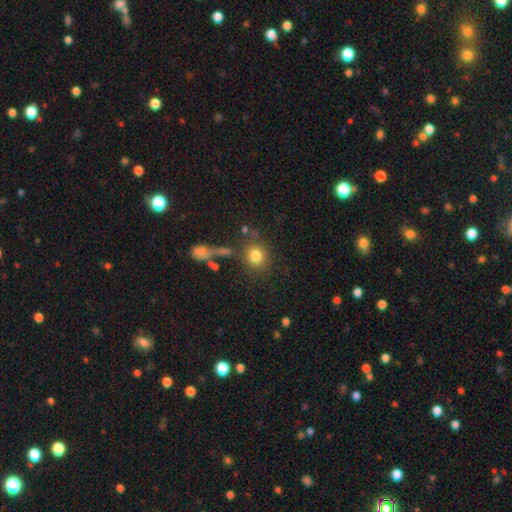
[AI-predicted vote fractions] smooth 81%, star or artifact 11%, featured or disk 8%. Down the decision tree: how rounded — round (83%); merging — none (74%).